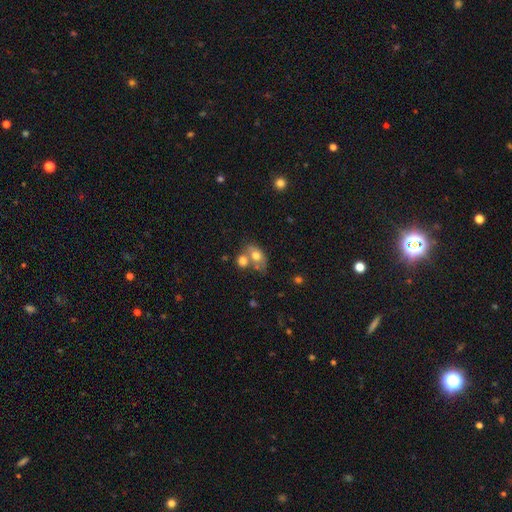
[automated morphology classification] Smooth or featured? smooth (60%)
How rounded? in between (72%)
Merging? merger (45%)